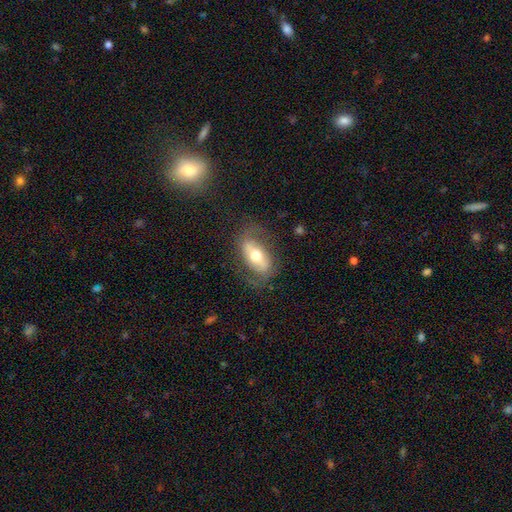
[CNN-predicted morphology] smooth_or_featured: featured or disk (p=0.56) [alt: smooth p=0.37]
disk_edge_on: no (p=0.84) [alt: yes p=0.16]
merging: none (p=0.69) [alt: minor disturbance p=0.18]